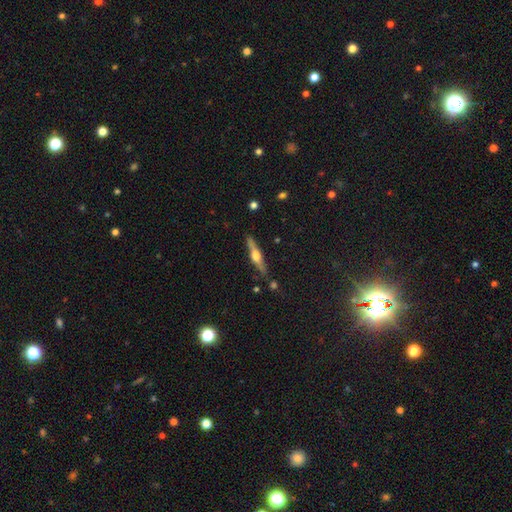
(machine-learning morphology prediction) smooth-or-featured: featured or disk: 70% | smooth: 24% | star or artifact: 6%
  disk-edge-on: yes: 97% | no: 3%
    edge-on-bulge: rounded: 92% | boxy: 5% | none: 3%
  merging: none: 85% | minor disturbance: 10% | merger: 3% | major disturbance: 2%